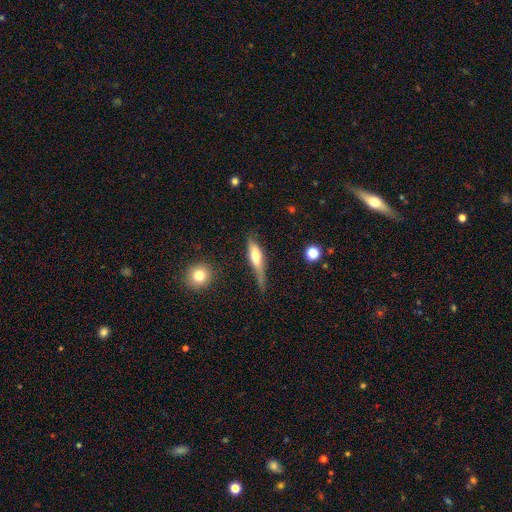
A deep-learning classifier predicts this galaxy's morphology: Smooth or featured: featured or disk — 47% (smooth — 46%)
Merging: none — 40% (minor disturbance — 33%)